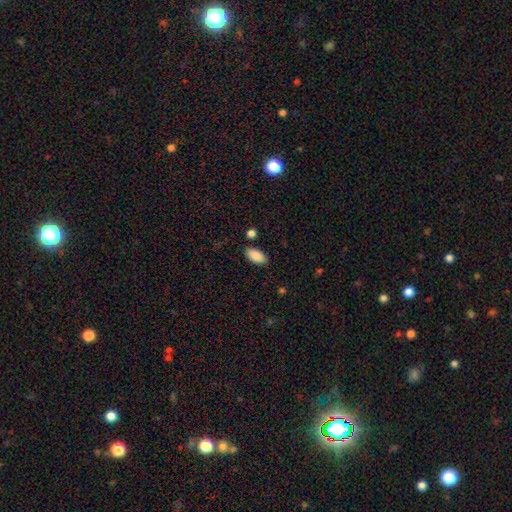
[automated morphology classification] A smooth galaxy with no disk features (88%) that is in between round and cigar-shaped (94%).

Vote fractions:
- Smooth or featured? smooth: 88% / star or artifact: 7% / featured or disk: 5%
- How rounded? in between: 94% / cigar-shaped: 3% / round: 3%
- Merging? none: 85% / minor disturbance: 10% / merger: 3% / major disturbance: 2%